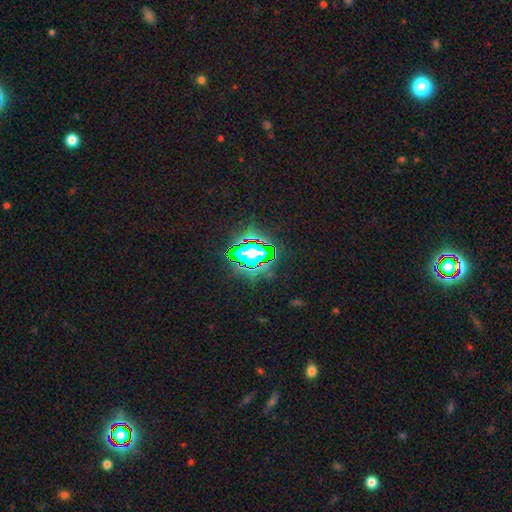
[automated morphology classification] Smooth or featured?
  - star or artifact: 80% *
  - smooth: 12%
  - featured or disk: 8%